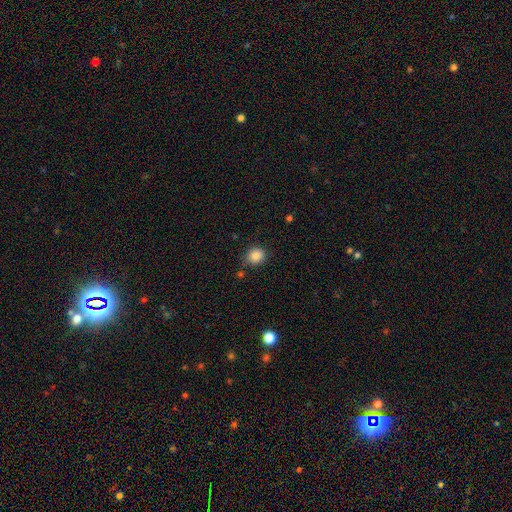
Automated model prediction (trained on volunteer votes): The model was most divided on "how rounded": round: 81%, in between: 18%, cigar-shaped: 1%. More confident: smooth or featured — smooth (86%); merging — none (80%).